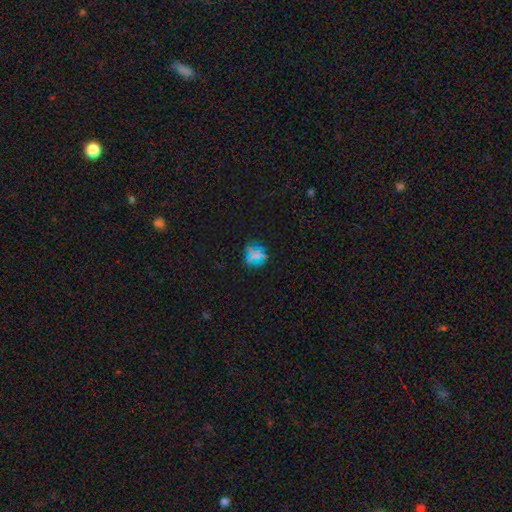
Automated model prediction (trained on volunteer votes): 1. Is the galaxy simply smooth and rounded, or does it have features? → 47% smooth, 44% star or artifact, 9% featured or disk.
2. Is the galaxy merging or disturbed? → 81% none, 10% minor disturbance, 5% major disturbance, 4% merger.